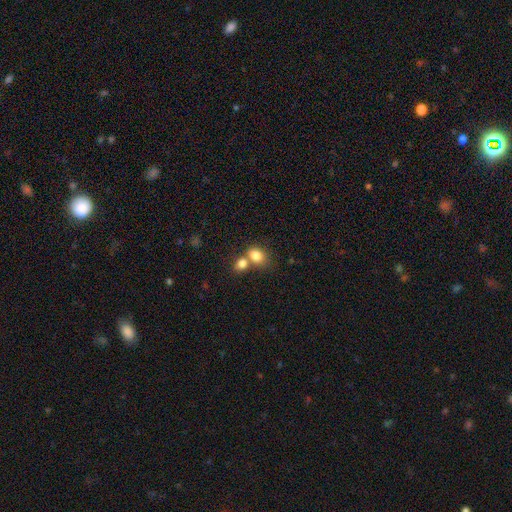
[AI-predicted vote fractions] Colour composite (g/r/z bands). It shows a smooth galaxy with no disk features (82%) that is in between round and cigar-shaped (53%). Merging: merger (50%).